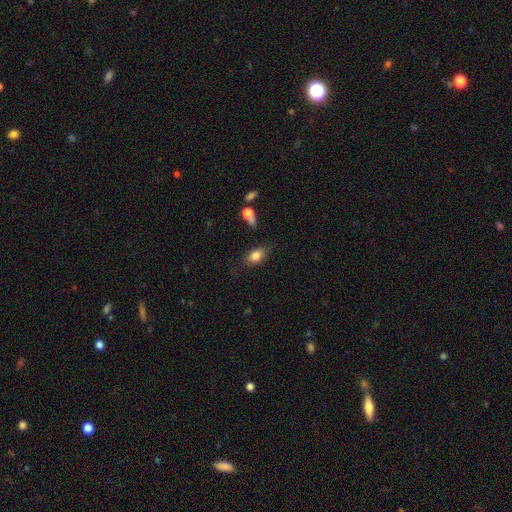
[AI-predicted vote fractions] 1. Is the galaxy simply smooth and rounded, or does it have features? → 82% smooth, 10% featured or disk, 8% star or artifact.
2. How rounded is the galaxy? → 82% in between, 15% round, 3% cigar-shaped.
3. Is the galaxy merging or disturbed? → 67% none, 21% minor disturbance, 8% major disturbance, 4% merger.